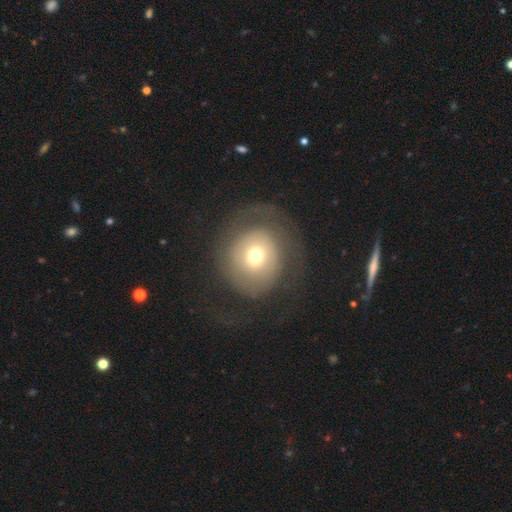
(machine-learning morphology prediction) A smooth galaxy with no disk features (54%) that is round (86%). Merging: none (53%).